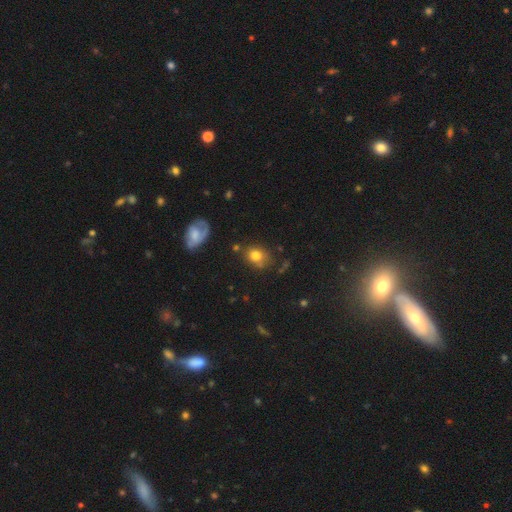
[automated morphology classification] Overall: smooth (76%). How rounded: in between (50%; round 49%). Merging: none (66%).